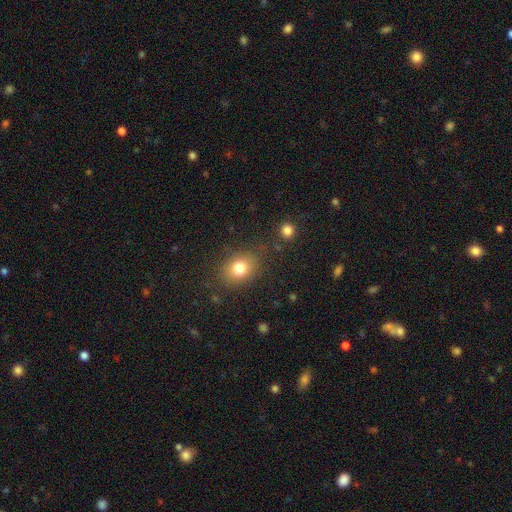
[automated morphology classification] smooth_or_featured: smooth (p=0.70) [alt: star or artifact p=0.23]
how_rounded: round (p=0.64) [alt: in between p=0.35]
merging: none (p=0.83) [alt: minor disturbance p=0.10]